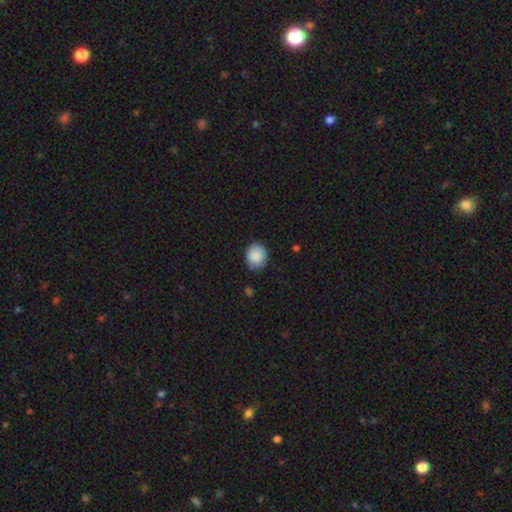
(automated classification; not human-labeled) A smooth galaxy with no disk features (89%) that is round (70%).

Vote fractions:
- Smooth or featured? smooth: 89% / star or artifact: 7% / featured or disk: 4%
- How rounded? round: 70% / in between: 29% / cigar-shaped: 1%
- Merging? none: 84% / minor disturbance: 12% / major disturbance: 3% / merger: 1%